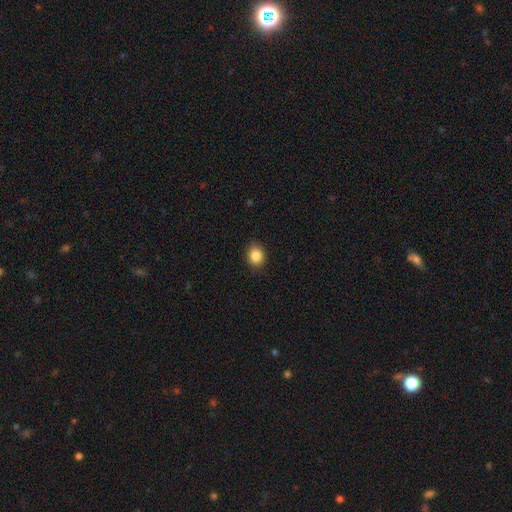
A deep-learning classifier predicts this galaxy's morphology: A smooth galaxy with no disk features (86%) that is round (57%).

Vote fractions:
- Smooth or featured? smooth: 86% / star or artifact: 9% / featured or disk: 5%
- How rounded? round: 57% / in between: 42% / cigar-shaped: 1%
- Merging? none: 87% / minor disturbance: 10% / major disturbance: 2% / merger: 1%